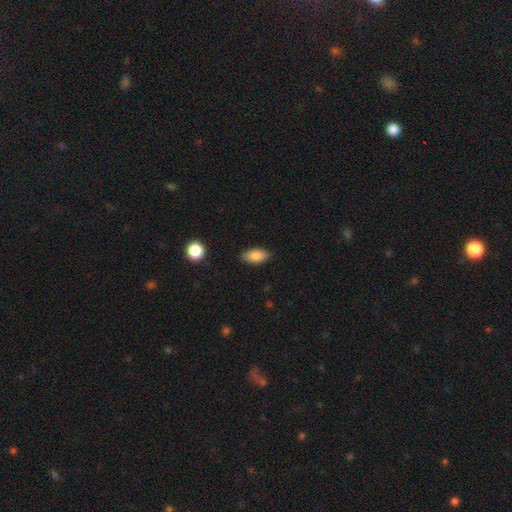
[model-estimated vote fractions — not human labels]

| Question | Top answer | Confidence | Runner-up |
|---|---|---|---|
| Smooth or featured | smooth | 85% | star or artifact (8%) |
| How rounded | in between | 91% | cigar-shaped (5%) |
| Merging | none | 86% | minor disturbance (11%) |